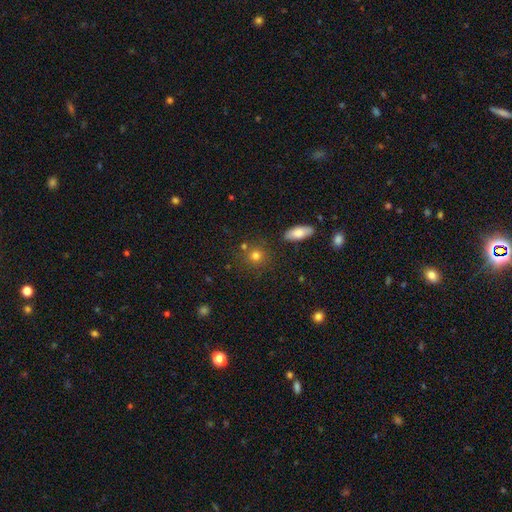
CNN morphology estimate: type=smooth (78%); roundness=round (87%); merging=none (78%).